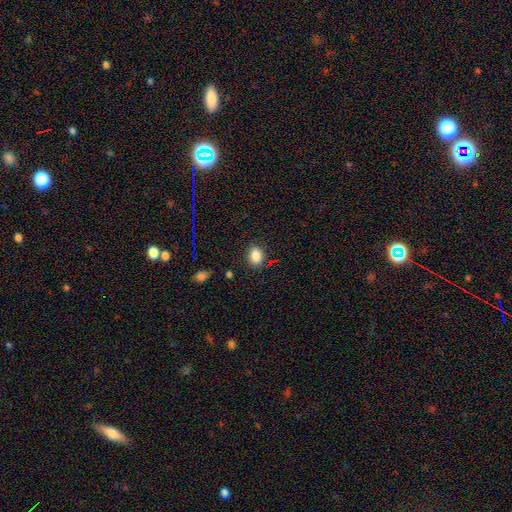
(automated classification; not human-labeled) Smooth or featured? Predicted: smooth (p=0.85). How rounded? Predicted: in between (p=0.61). Merging? Predicted: none (p=0.85).